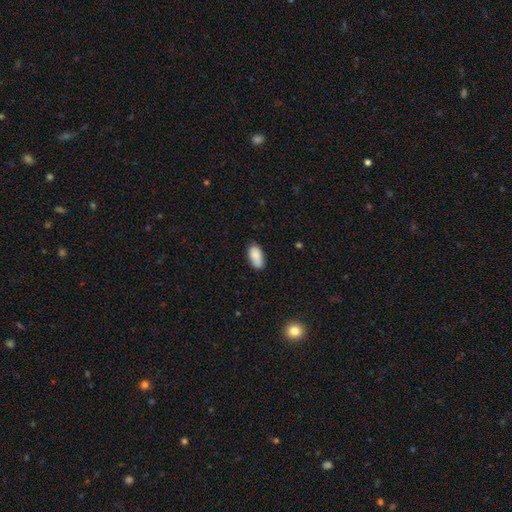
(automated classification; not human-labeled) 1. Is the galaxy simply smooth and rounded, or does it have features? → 86% smooth, 7% star or artifact, 7% featured or disk.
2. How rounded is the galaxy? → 93% in between, 4% cigar-shaped, 3% round.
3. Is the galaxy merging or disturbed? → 74% none, 21% minor disturbance, 3% major disturbance, 3% merger.